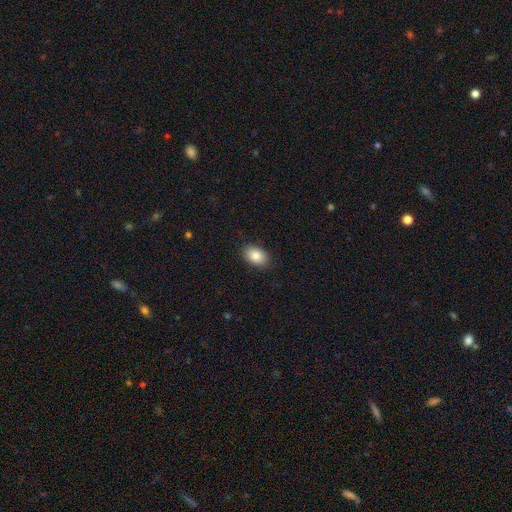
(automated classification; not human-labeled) Q: Smooth or featured?
A: smooth (86%); runner-up: star or artifact (7%)
Q: How rounded?
A: in between (88%); runner-up: round (11%)
Q: Merging?
A: none (89%); runner-up: minor disturbance (8%)